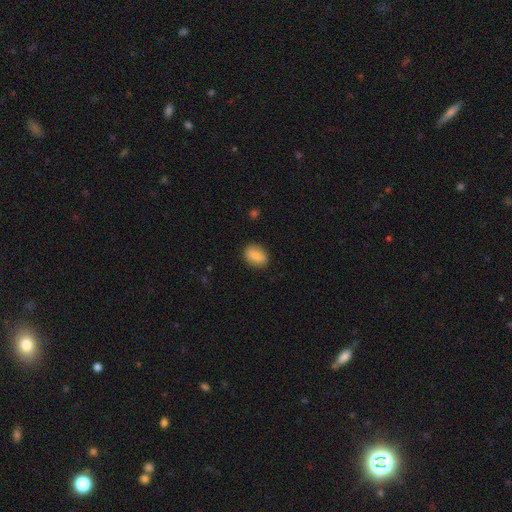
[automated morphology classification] A smooth galaxy with no disk features (83%) that is in between round and cigar-shaped (74%). Merging: none (85%).